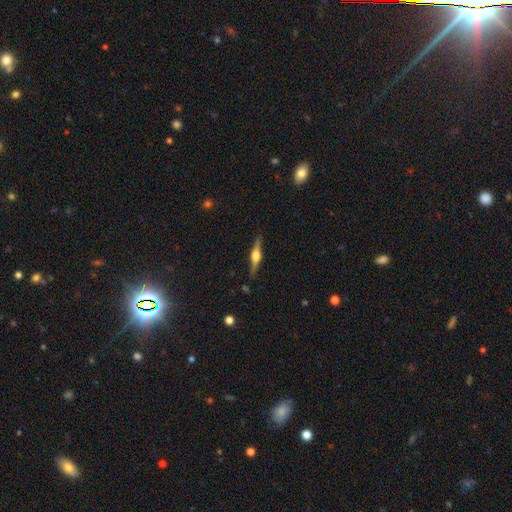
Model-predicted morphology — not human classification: type=featured or disk (77%); edge-on=yes (98%); edge-on bulge=rounded (92%); merging=none (87%).